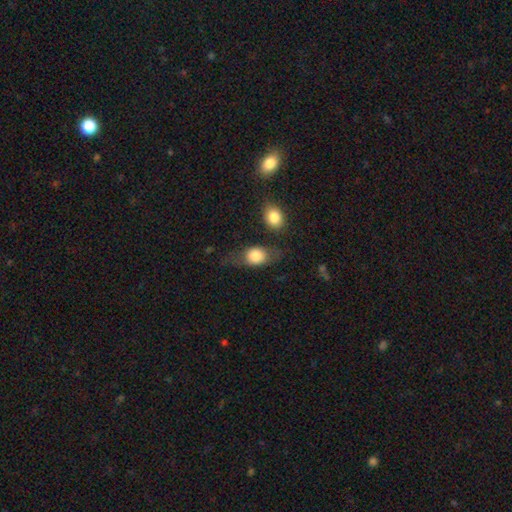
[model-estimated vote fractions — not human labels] Smooth or featured: smooth — 71% (featured or disk — 22%)
How rounded: in between — 56% (round — 39%)
Merging: none — 58% (minor disturbance — 21%)